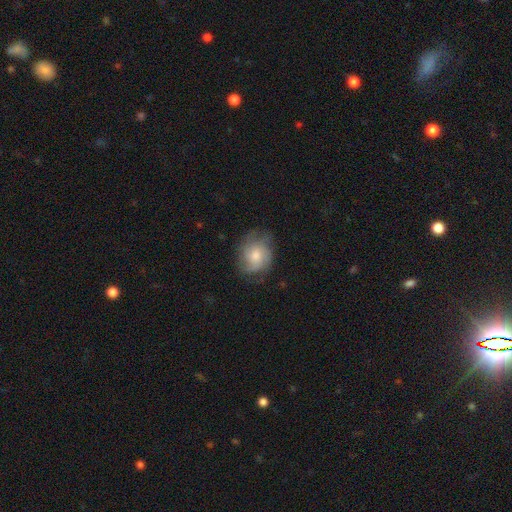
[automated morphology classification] This appears to be a smooth galaxy with no disk features (47%). Merging: none (63%).